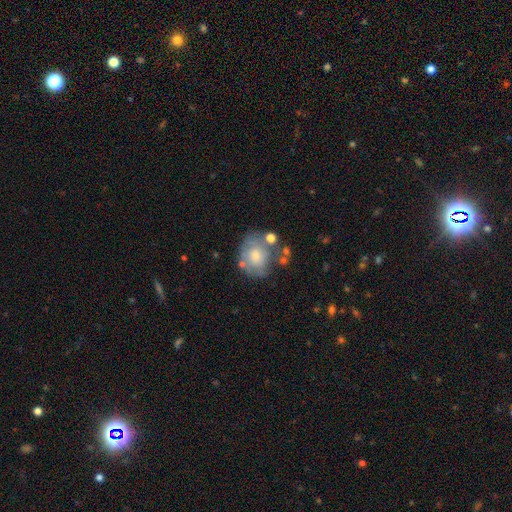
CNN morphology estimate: Smooth or featured?
  - smooth: 53% *
  - featured or disk: 39%
  - star or artifact: 8%
How rounded?
  - round: 67% *
  - in between: 32%
  - cigar-shaped: 1%
Merging?
  - none: 50% *
  - minor disturbance: 24%
  - major disturbance: 14%
  - merger: 12%